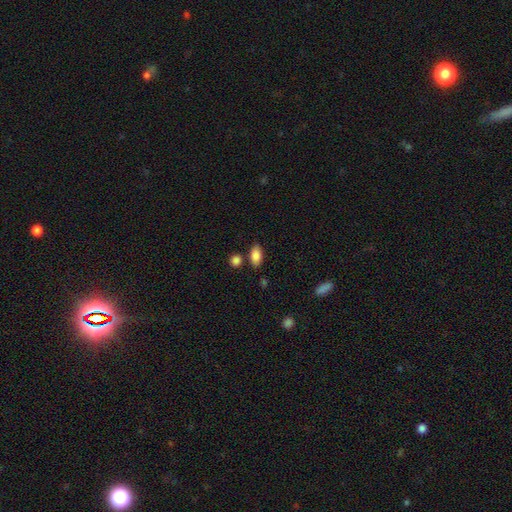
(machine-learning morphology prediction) smooth 86%, star or artifact 8%, featured or disk 6%. Down the decision tree: how rounded — in between (90%); merging — none (79%).